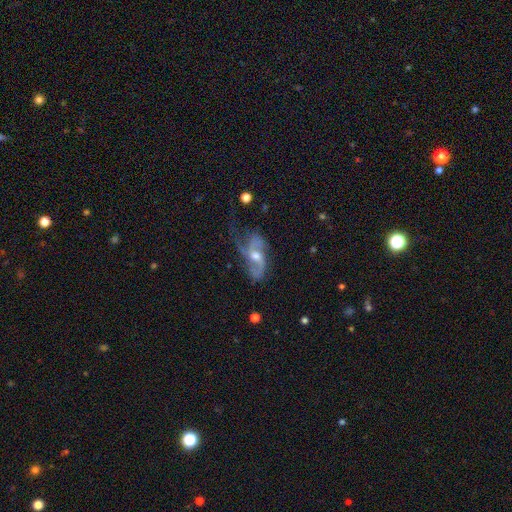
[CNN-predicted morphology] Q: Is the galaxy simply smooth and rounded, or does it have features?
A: featured or disk — 81%.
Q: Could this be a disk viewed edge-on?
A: no — 93%.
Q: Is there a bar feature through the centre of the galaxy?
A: no — 52%.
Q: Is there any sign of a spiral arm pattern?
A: yes — 92%.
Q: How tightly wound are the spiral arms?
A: loose — 47%.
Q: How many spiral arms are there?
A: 2 — 68%.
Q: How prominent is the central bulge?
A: moderate — 66%.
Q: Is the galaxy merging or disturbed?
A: none — 44%.